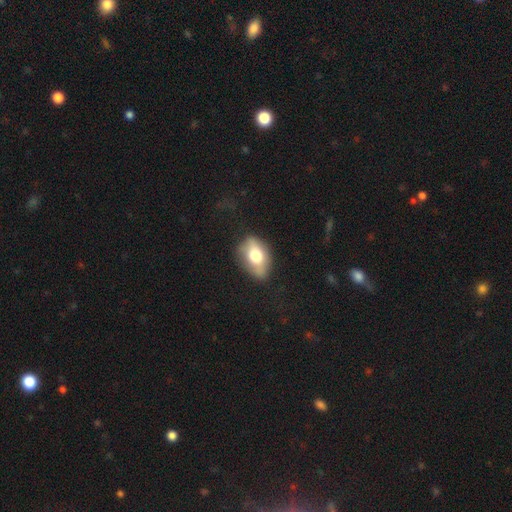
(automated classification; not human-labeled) smooth-or-featured: smooth: 61% | featured or disk: 31% | star or artifact: 8%
  how-rounded: in between: 82% | round: 15% | cigar-shaped: 3%
  merging: none: 69% | minor disturbance: 21% | major disturbance: 8% | merger: 2%